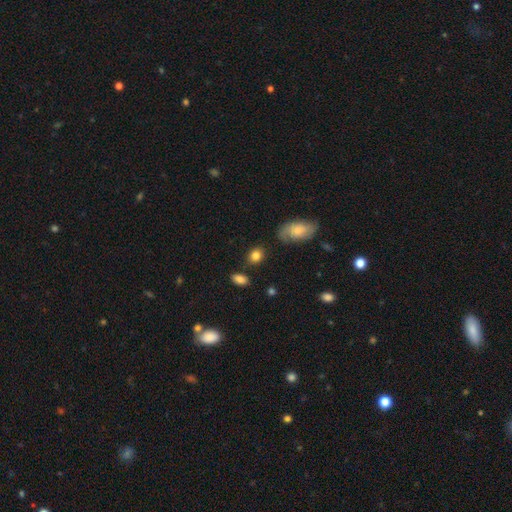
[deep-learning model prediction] smooth-or-featured: smooth: 84% | star or artifact: 9% | featured or disk: 6%
  how-rounded: in between: 51% | round: 47% | cigar-shaped: 2%
  merging: none: 81% | minor disturbance: 12% | merger: 4% | major disturbance: 3%